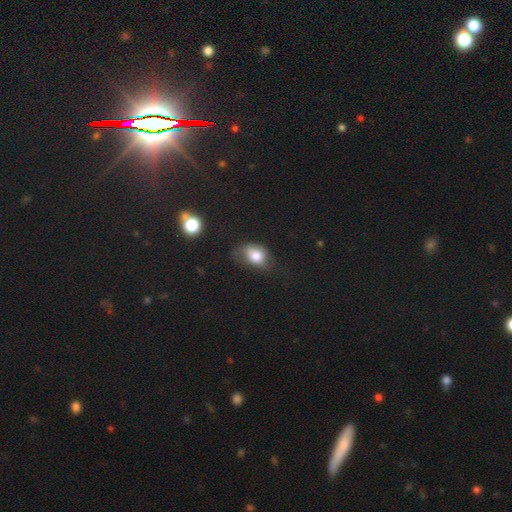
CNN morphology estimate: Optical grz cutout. It shows a smooth galaxy with no disk features (76%) that is in between round and cigar-shaped (72%). Merging: none (37%).